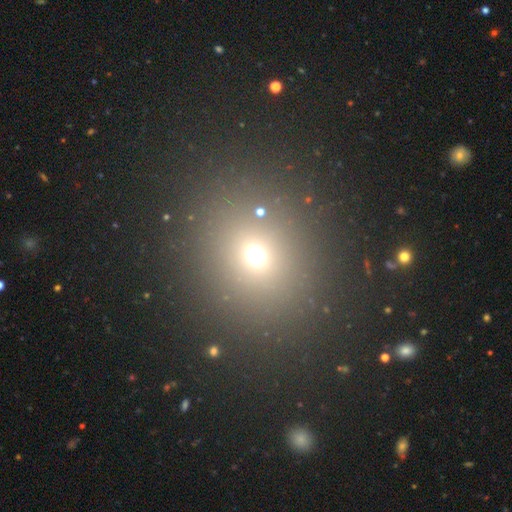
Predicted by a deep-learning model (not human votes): smooth-or-featured: smooth: 63% | star or artifact: 28% | featured or disk: 8%
  how-rounded: round: 73% | in between: 25% | cigar-shaped: 2%
  merging: none: 80% | minor disturbance: 9% | major disturbance: 6% | merger: 6%